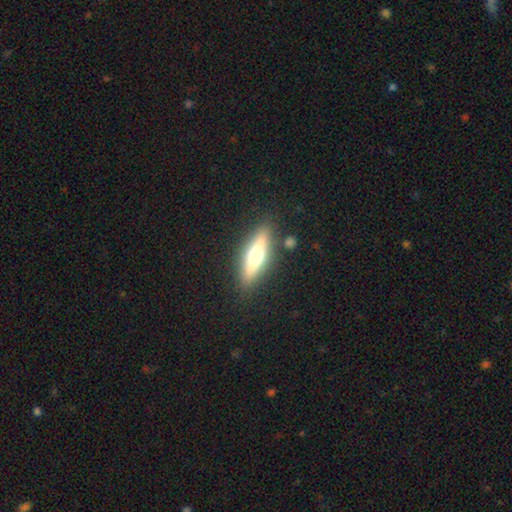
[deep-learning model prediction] smooth_or_featured: smooth (p=0.48) [alt: featured or disk p=0.45]
merging: none (p=0.85) [alt: minor disturbance p=0.09]